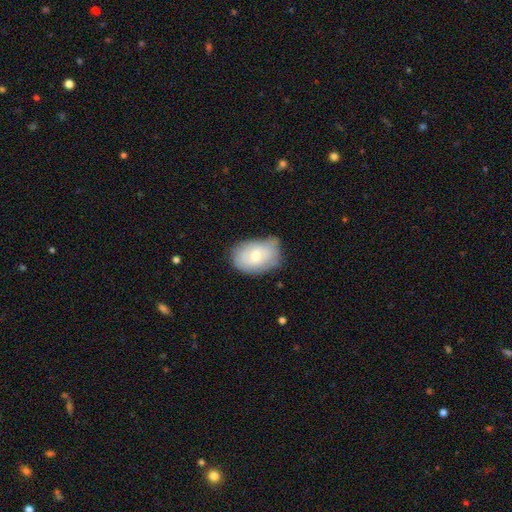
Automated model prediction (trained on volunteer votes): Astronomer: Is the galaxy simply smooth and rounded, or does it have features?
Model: smooth — 56% (runner-up: featured or disk, 36%).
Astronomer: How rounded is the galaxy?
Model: in between — 80%.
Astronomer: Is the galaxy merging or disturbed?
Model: none — 56% (runner-up: minor disturbance, 34%).